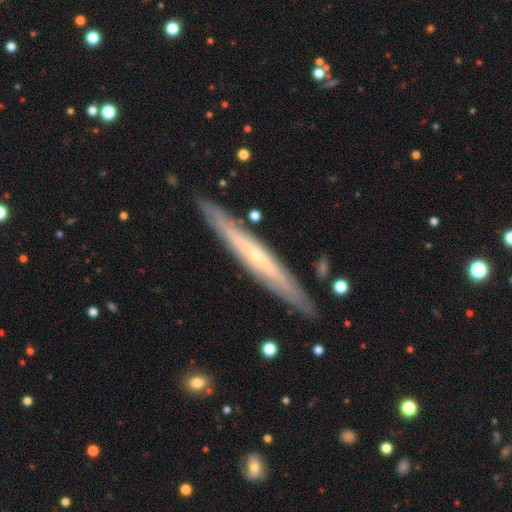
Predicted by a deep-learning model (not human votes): Smooth or featured?
  - featured or disk: 69% *
  - smooth: 25%
  - star or artifact: 6%
Edge-on disk?
  - yes: 88% *
  - no: 12%
Edge-on bulge?
  - none: 50% *
  - rounded: 47%
  - boxy: 3%
Merging?
  - none: 88% *
  - minor disturbance: 9%
  - merger: 2%
  - major disturbance: 2%